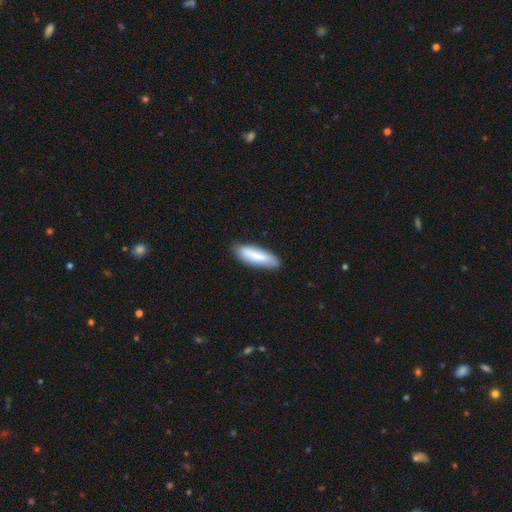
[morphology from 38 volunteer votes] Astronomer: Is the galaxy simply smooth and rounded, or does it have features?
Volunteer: smooth — 74%.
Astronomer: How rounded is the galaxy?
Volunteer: in between — 50%, tied with cigar-shaped at 50%.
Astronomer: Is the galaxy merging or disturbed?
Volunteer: none — 94%.